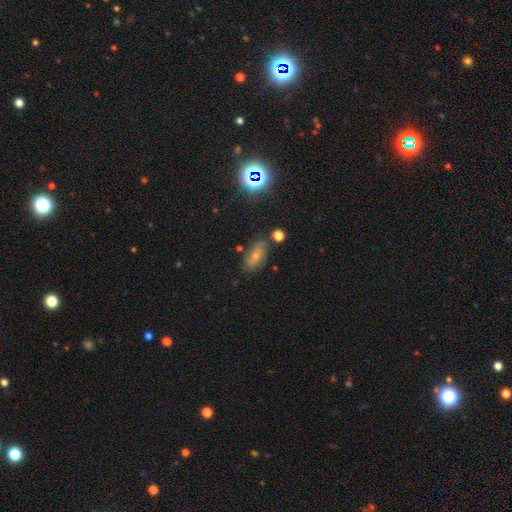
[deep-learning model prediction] Q: Smooth or featured?
A: featured or disk (44%); runner-up: smooth (40%)
Q: Merging?
A: none (65%); runner-up: minor disturbance (22%)